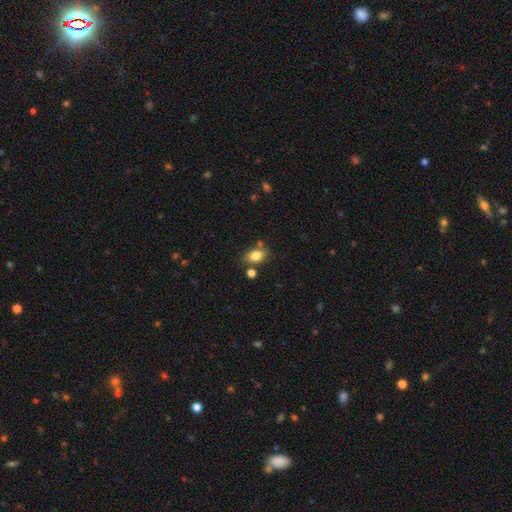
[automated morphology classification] smooth-or-featured: smooth: 82% | featured or disk: 9% | star or artifact: 9%
  how-rounded: in between: 84% | round: 14% | cigar-shaped: 2%
  merging: none: 70% | minor disturbance: 14% | merger: 12% | major disturbance: 4%